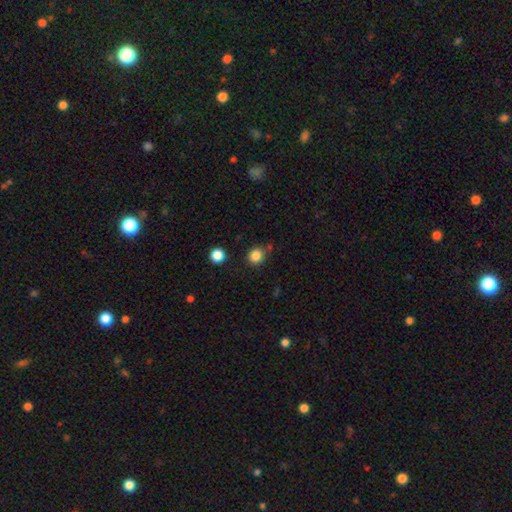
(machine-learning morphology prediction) Overall: smooth (84%). How rounded: round (85%). Merging: none (80%).